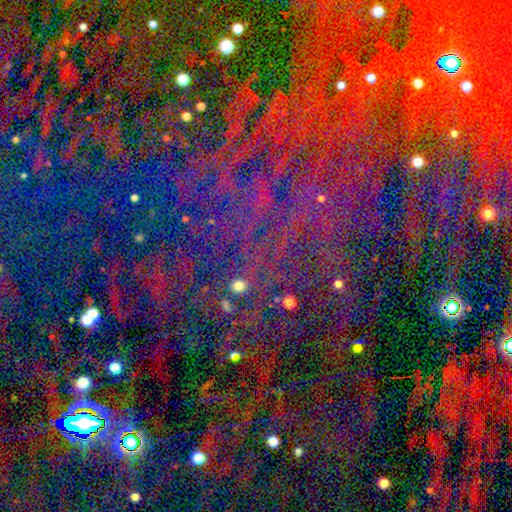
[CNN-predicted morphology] A star or artifact, not a galaxy (82%).